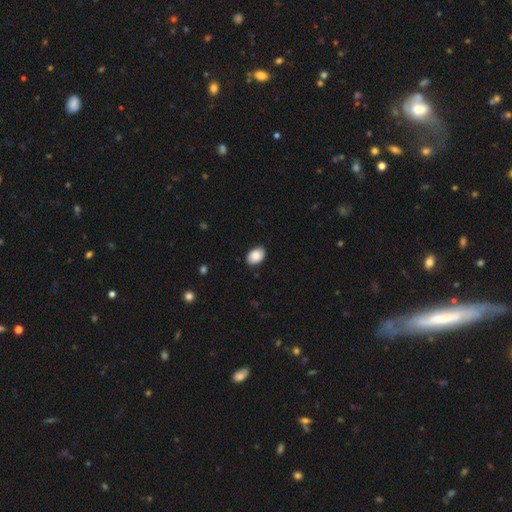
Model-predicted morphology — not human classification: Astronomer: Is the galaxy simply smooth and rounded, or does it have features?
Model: smooth — 88%.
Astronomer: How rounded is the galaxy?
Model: in between — 84%.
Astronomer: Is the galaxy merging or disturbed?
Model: none — 87%.